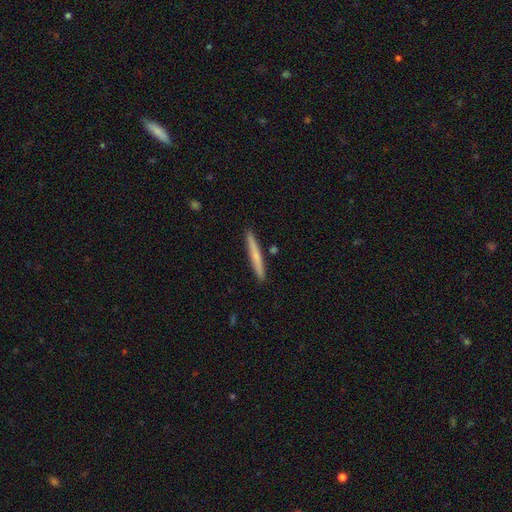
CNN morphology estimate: A smooth galaxy with no disk features (57%) that is cigar-shaped (96%). Merging: none (90%).